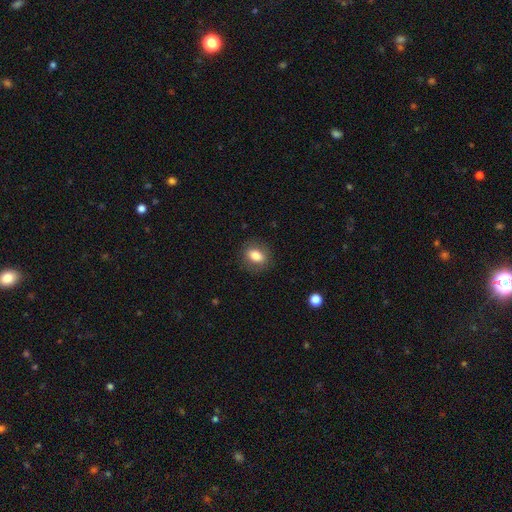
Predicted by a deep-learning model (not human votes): smooth_or_featured: smooth (p=0.80) [alt: featured or disk p=0.11]
how_rounded: in between (p=0.61) [alt: round p=0.37]
merging: none (p=0.86) [alt: minor disturbance p=0.10]